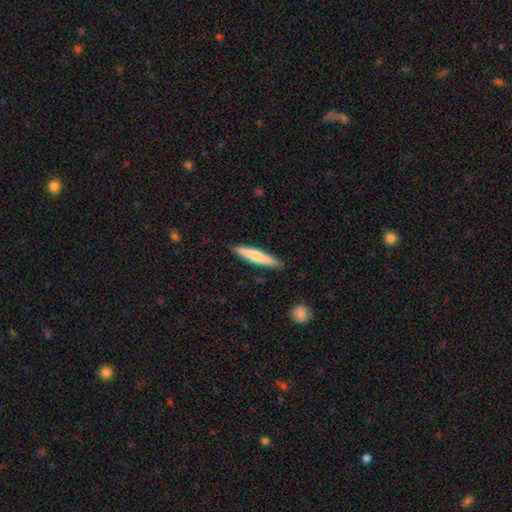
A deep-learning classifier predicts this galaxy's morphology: This appears to be a smooth galaxy with no disk features (65%) that is cigar-shaped (89%). Merging: none (89%).